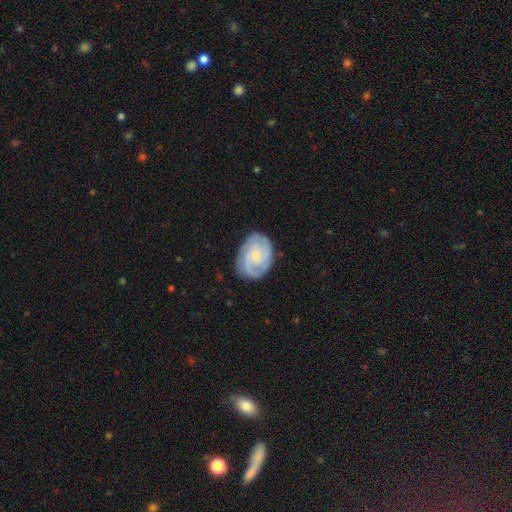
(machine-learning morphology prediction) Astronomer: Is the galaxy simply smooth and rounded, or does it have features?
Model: featured or disk — 78%.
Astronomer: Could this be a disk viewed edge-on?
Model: no — 98%.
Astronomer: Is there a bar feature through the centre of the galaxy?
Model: no — 69%.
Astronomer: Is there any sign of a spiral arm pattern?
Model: yes — 96%.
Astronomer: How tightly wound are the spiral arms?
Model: tight — 56% (runner-up: medium, 35%).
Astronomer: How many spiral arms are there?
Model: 2 — 34% (runner-up: 3, 30%).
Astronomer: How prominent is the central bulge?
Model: small — 72%.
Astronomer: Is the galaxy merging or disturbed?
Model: none — 80%.